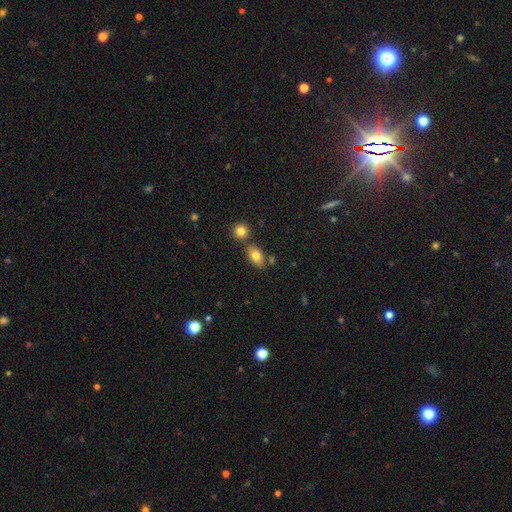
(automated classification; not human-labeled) Smooth or featured? smooth (80%)
How rounded? in between (86%)
Merging? none (68%)